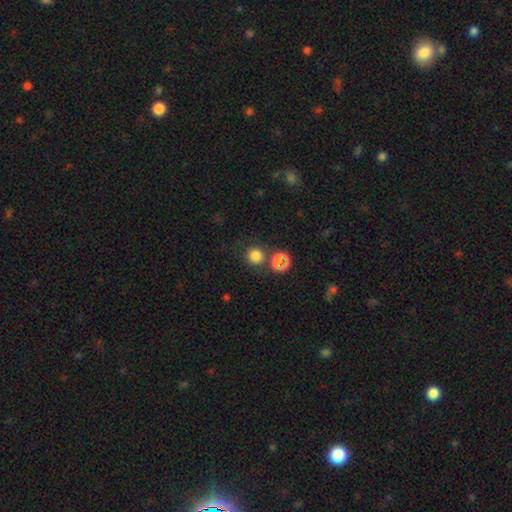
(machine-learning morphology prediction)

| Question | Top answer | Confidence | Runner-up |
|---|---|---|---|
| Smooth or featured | smooth | 77% | star or artifact (17%) |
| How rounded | round | 92% | in between (7%) |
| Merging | none | 75% | merger (12%) |